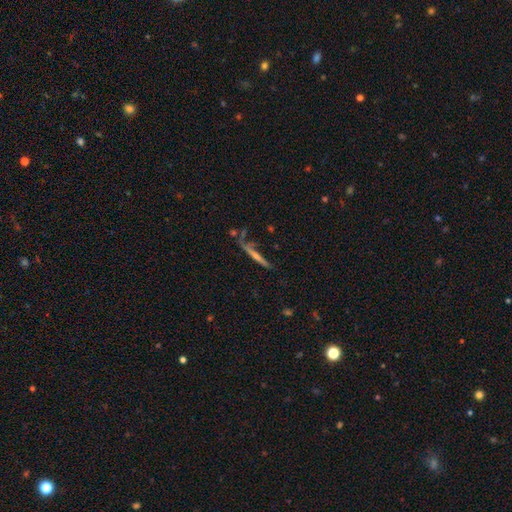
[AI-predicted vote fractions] This is possibly a featured or disk galaxy (55%). It is clearly viewed edge-on (91%). Edge-on bulge: possibly none (51%). Merging: likely none (63%).